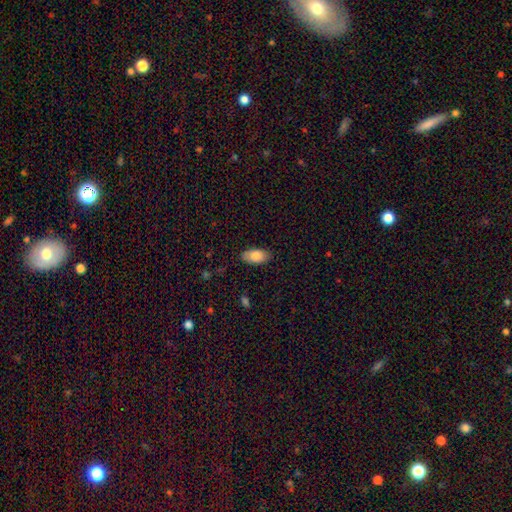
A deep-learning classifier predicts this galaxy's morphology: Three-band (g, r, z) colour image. It shows a smooth galaxy with no disk features (87%) that is in between round and cigar-shaped (93%). Merging: none (85%).